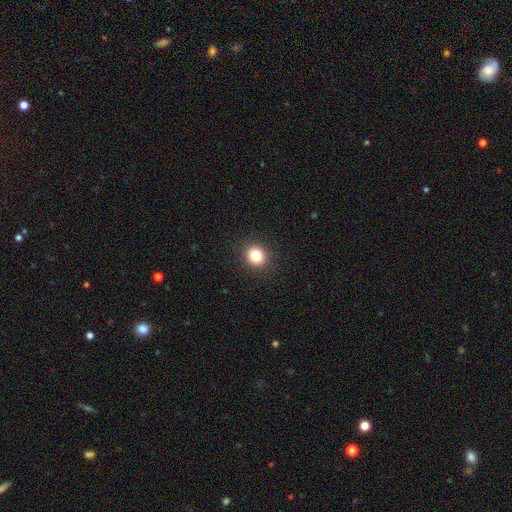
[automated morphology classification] This appears to be a smooth galaxy with no disk features (83%) that is round (85%). Merging: none (92%).